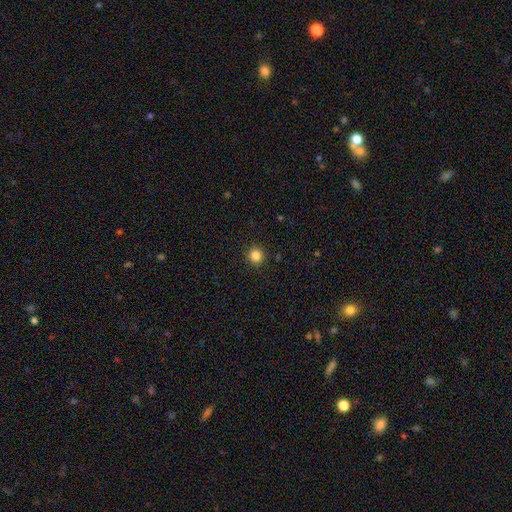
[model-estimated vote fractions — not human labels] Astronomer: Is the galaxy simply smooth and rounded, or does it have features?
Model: smooth — 84%.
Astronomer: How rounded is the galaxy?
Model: round — 93%.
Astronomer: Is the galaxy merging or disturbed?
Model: none — 92%.